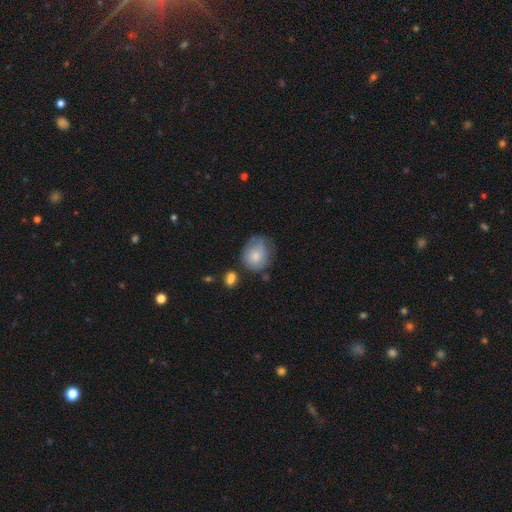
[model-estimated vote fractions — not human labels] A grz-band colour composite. It shows a smooth galaxy with no disk features (75%) that is round (67%). Merging: none (47%).